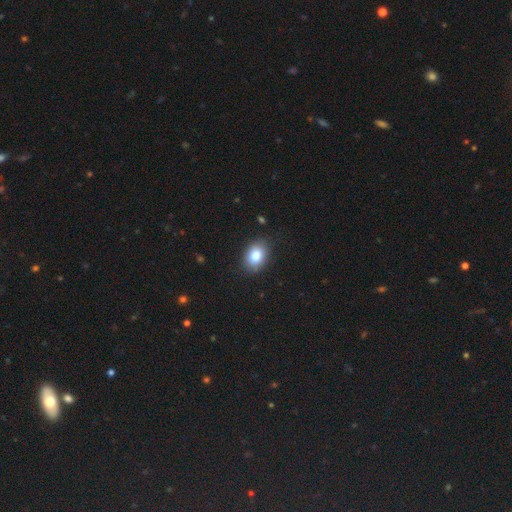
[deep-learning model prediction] Overall: smooth (82%). How rounded: in between (75%). Merging: none (85%).